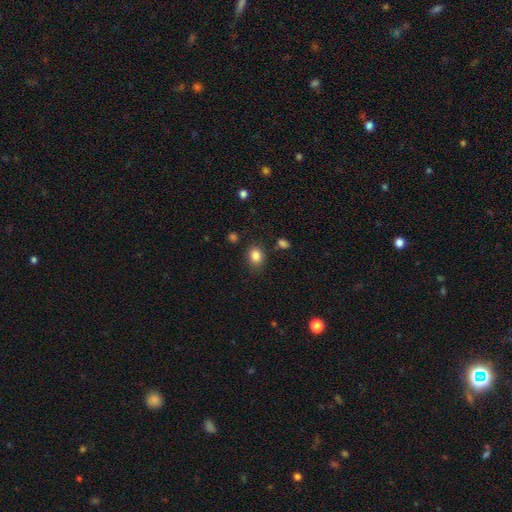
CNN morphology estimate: type=smooth (85%); roundness=in between (51%); merging=none (82%).